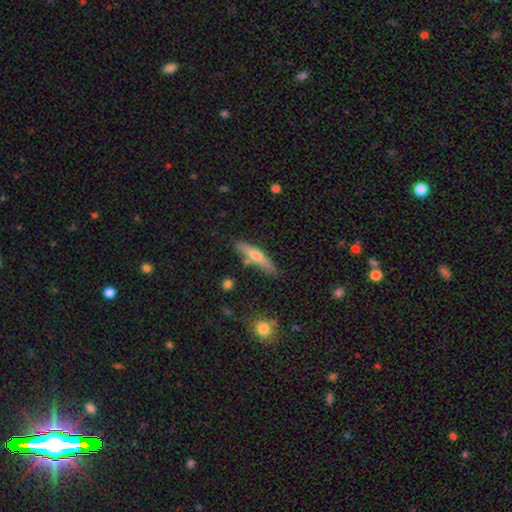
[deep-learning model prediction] Smooth or featured?
  - smooth: 56% *
  - featured or disk: 37%
  - star or artifact: 6%
How rounded?
  - cigar-shaped: 84% *
  - in between: 14%
  - round: 2%
Merging?
  - none: 75% *
  - minor disturbance: 15%
  - merger: 7%
  - major disturbance: 3%